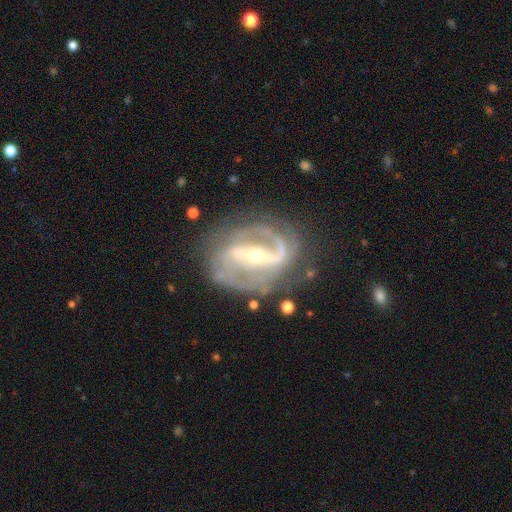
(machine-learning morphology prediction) smooth-or-featured: featured or disk: 90% | star or artifact: 6% | smooth: 5%
  disk-edge-on: no: 95% | yes: 5%
    bar: strong: 71% | weak: 21% | no: 8%
    has-spiral-arms: yes: 94% | no: 6%
      spiral-winding: medium: 49% | tight: 31% | loose: 20%
      spiral-arm-count: 2: 81% | can't tell: 7% | 3: 5% | 1: 4% | 4: 2% | more than 4: 2%
    bulge-size: small: 56% | moderate: 40% | large: 2% | none: 1% | dominant: 1%
  merging: none: 71% | minor disturbance: 17% | major disturbance: 10% | merger: 2%